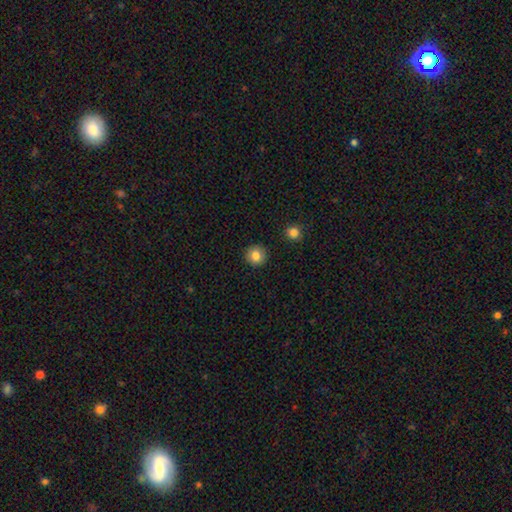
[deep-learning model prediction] The model was most divided on "smooth or featured": smooth: 83%, star or artifact: 10%, featured or disk: 7%. More confident: how rounded — round (94%); merging — none (91%).